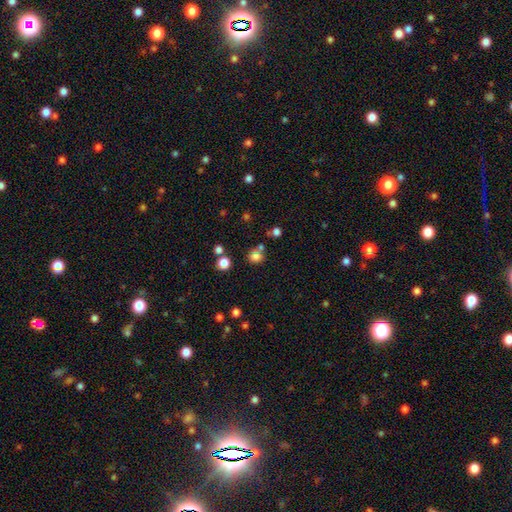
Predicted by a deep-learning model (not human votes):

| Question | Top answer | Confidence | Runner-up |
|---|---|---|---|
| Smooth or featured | smooth | 71% | star or artifact (20%) |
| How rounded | round | 66% | in between (32%) |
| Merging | none | 56% | merger (26%) |